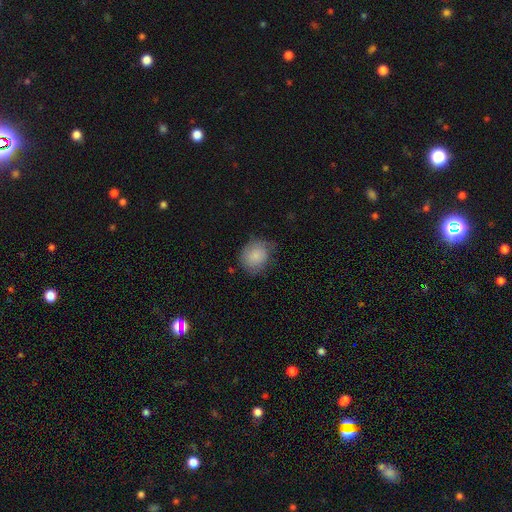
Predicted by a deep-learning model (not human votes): A smooth galaxy with no disk features (83%) that is round (68%).

Vote fractions:
- Smooth or featured? smooth: 83% / featured or disk: 9% / star or artifact: 7%
- How rounded? round: 68% / in between: 31% / cigar-shaped: 1%
- Merging? none: 59% / minor disturbance: 31% / major disturbance: 9% / merger: 2%